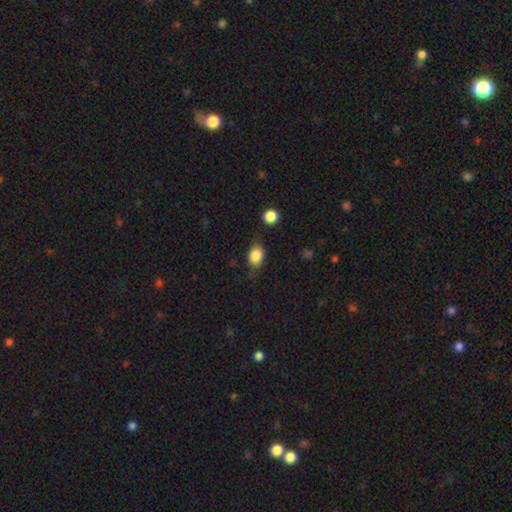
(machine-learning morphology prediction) Smooth or featured? smooth (85%)
How rounded? in between (61%)
Merging? none (69%)